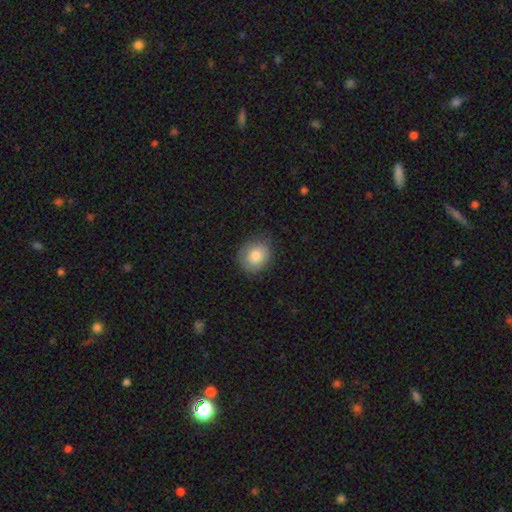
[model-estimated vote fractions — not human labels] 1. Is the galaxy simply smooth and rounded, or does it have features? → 81% smooth, 12% featured or disk, 7% star or artifact.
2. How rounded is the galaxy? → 72% round, 28% in between, 1% cigar-shaped.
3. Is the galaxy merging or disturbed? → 76% none, 18% minor disturbance, 4% major disturbance, 1% merger.